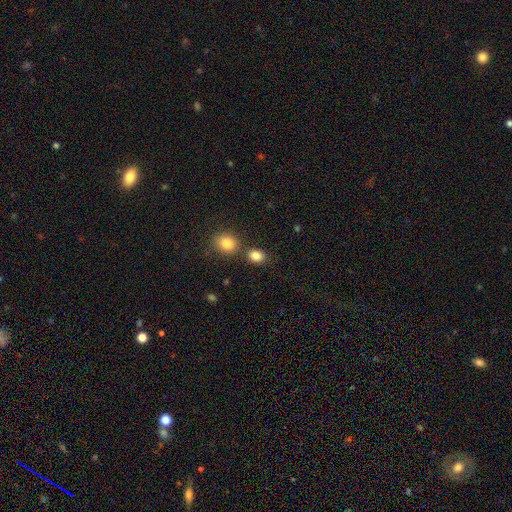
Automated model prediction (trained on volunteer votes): Smooth or featured: smooth — 85% (star or artifact — 10%)
How rounded: in between — 57% (round — 41%)
Merging: none — 68% (merger — 18%)